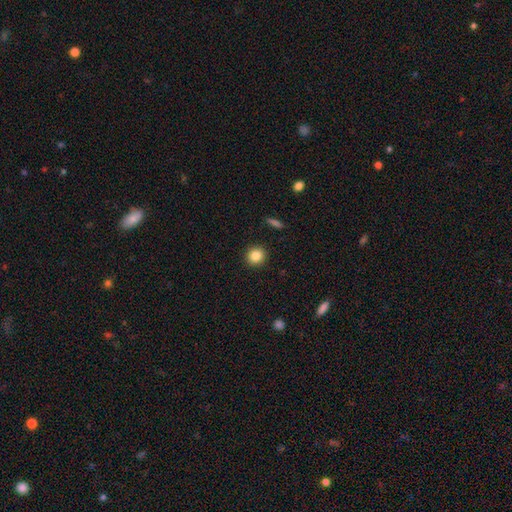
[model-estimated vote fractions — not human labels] Morphology: type=smooth (85%); roundness=round (90%); merging=none (92%).